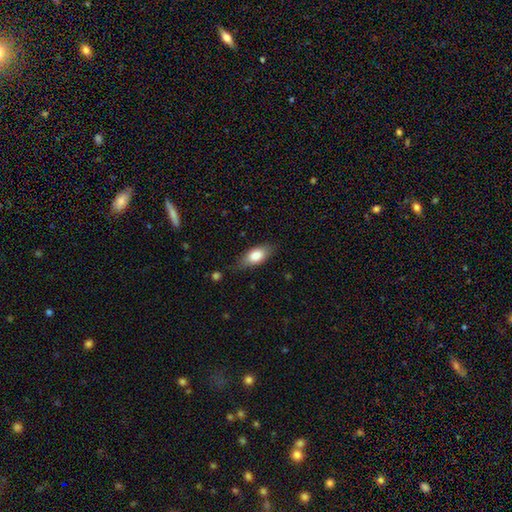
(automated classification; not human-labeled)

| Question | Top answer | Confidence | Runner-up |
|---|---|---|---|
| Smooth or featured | smooth | 80% | featured or disk (14%) |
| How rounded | in between | 85% | cigar-shaped (12%) |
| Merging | none | 74% | minor disturbance (19%) |